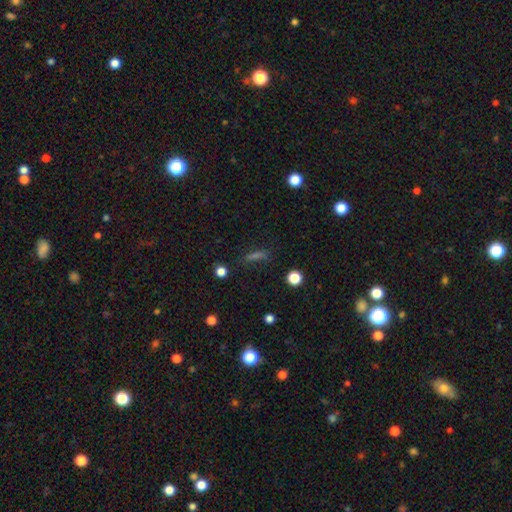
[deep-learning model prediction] The model was most divided on "smooth or featured": smooth: 56%, star or artifact: 26%, featured or disk: 17%. More confident: merging — none (76%); how rounded — cigar-shaped (61%).